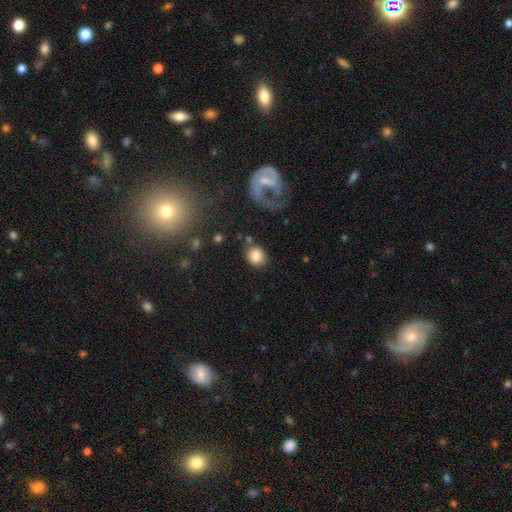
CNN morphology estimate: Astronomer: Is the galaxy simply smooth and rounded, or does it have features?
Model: smooth — 83%.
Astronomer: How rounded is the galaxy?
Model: round — 67%.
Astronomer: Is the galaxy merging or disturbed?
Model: none — 76%.